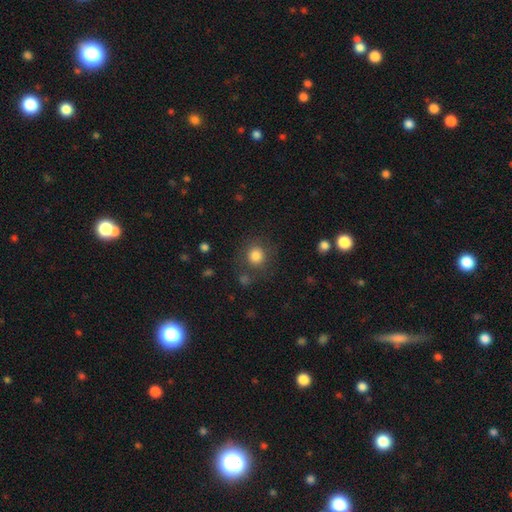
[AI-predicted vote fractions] The model was most divided on "merging": none: 79%, minor disturbance: 11%, major disturbance: 5%, merger: 5%. More confident: how rounded — round (90%); smooth or featured — smooth (83%).